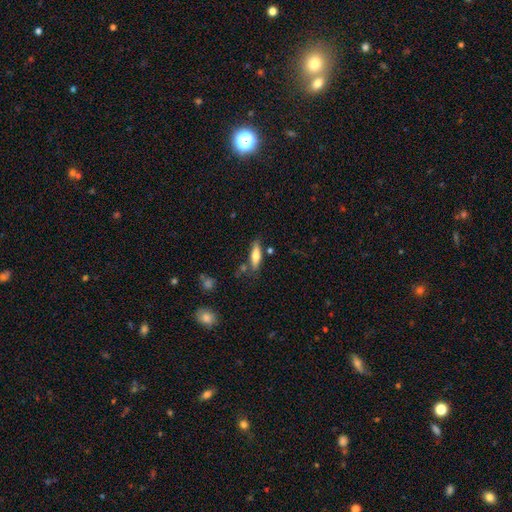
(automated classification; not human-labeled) smooth_or_featured: smooth (p=0.64) [alt: featured or disk p=0.30]
how_rounded: cigar-shaped (p=0.58) [alt: in between p=0.40]
merging: none (p=0.75) [alt: minor disturbance p=0.14]